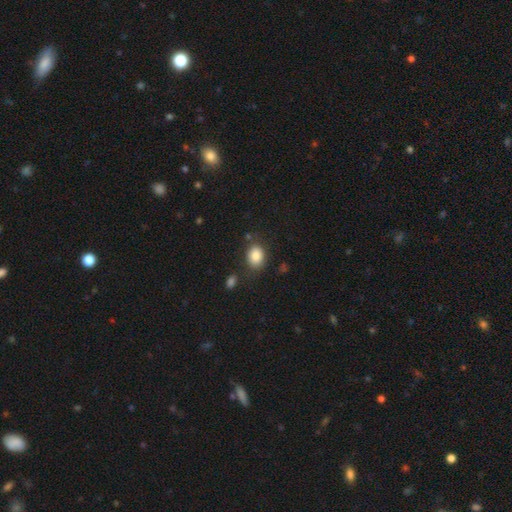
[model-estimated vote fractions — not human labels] Smooth or featured?
  - smooth: 85% *
  - star or artifact: 8%
  - featured or disk: 6%
How rounded?
  - in between: 61% *
  - round: 38%
  - cigar-shaped: 1%
Merging?
  - none: 78% *
  - minor disturbance: 14%
  - major disturbance: 4%
  - merger: 4%